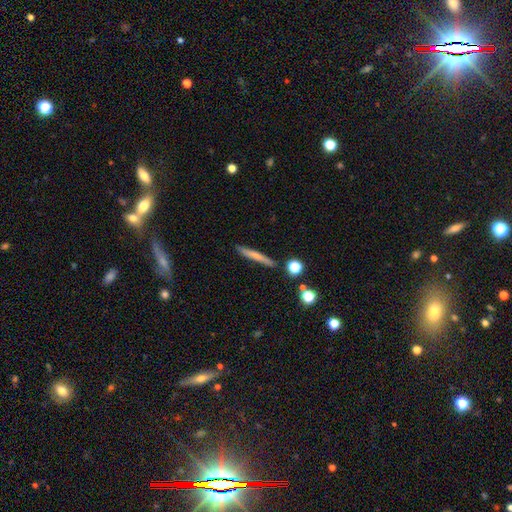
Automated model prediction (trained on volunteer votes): The model was most divided on "smooth or featured": smooth: 65%, featured or disk: 28%, star or artifact: 7%. More confident: how rounded — cigar-shaped (94%); merging — none (86%).